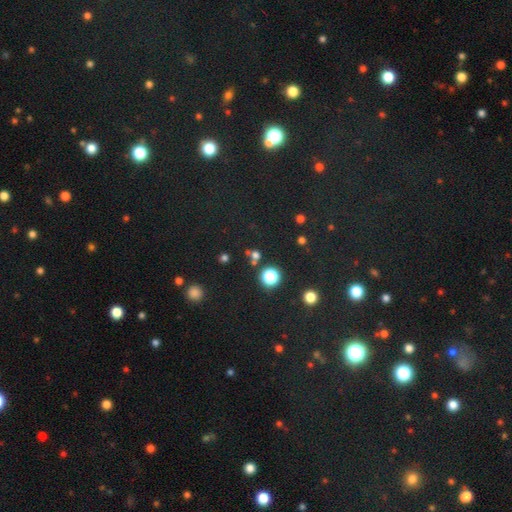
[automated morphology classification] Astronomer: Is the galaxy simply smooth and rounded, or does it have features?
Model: smooth — 51% (runner-up: star or artifact, 41%).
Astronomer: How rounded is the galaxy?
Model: round — 85%.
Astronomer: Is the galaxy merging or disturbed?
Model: none — 69%.